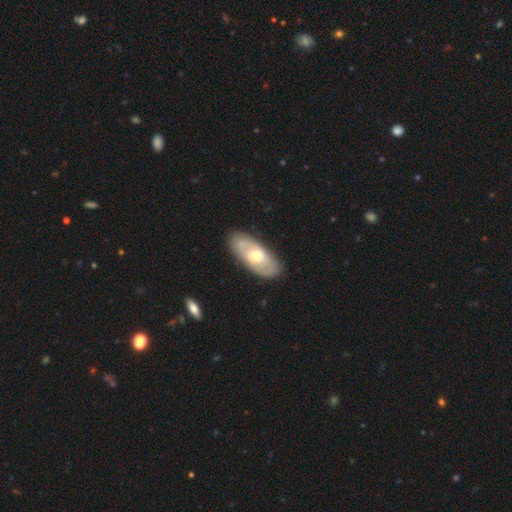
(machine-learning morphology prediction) The model was most divided on "spiral arms": yes: 64%, no: 36%. More confident: edge-on disk — no (89%); merging — none (84%); smooth or featured — featured or disk (64%); bulge size — moderate (61%); bar — no (60%).